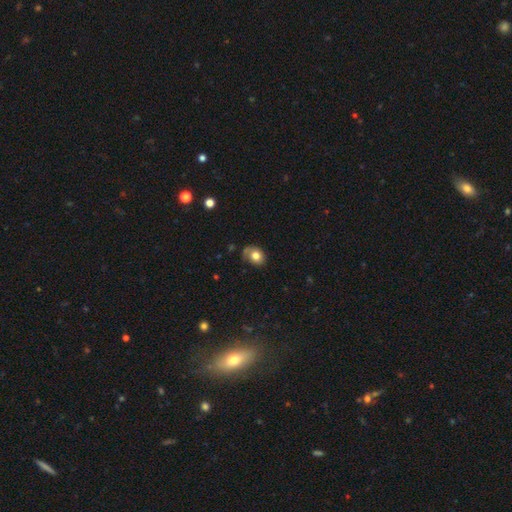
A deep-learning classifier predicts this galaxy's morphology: This appears to be a smooth galaxy with no disk features (73%) that is in between round and cigar-shaped (53%). Merging: none (59%).